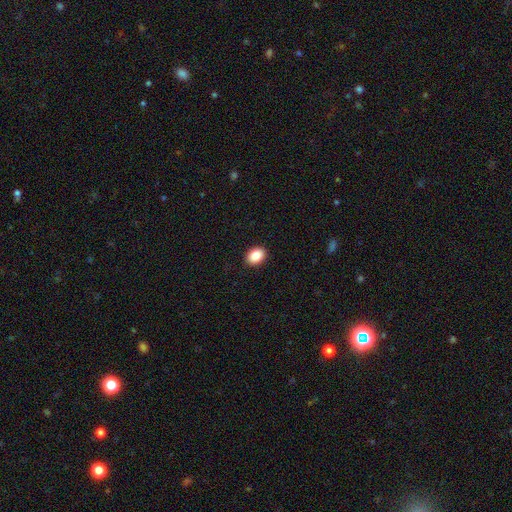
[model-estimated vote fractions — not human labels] Overall: smooth (87%). How rounded: in between (72%). Merging: none (91%).